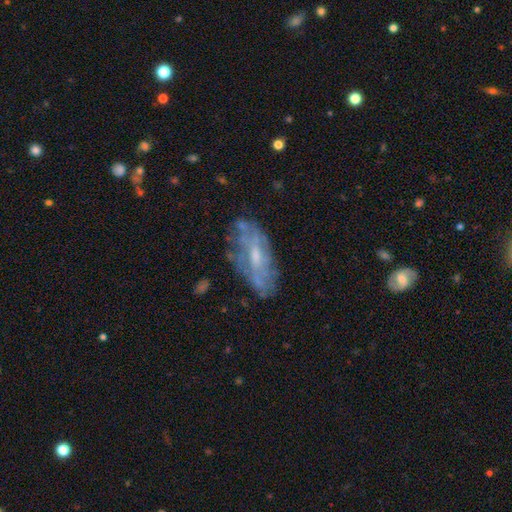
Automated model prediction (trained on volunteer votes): smooth-or-featured: featured or disk: 63% | smooth: 28% | star or artifact: 8%
  disk-edge-on: no: 87% | yes: 13%
    bar: no: 53% | weak: 39% | strong: 8%
    has-spiral-arms: no: 55% | yes: 45%
    bulge-size: moderate: 44% | small: 43% | none: 9% | large: 3% | dominant: 1%
  merging: none: 65% | minor disturbance: 22% | major disturbance: 10% | merger: 3%